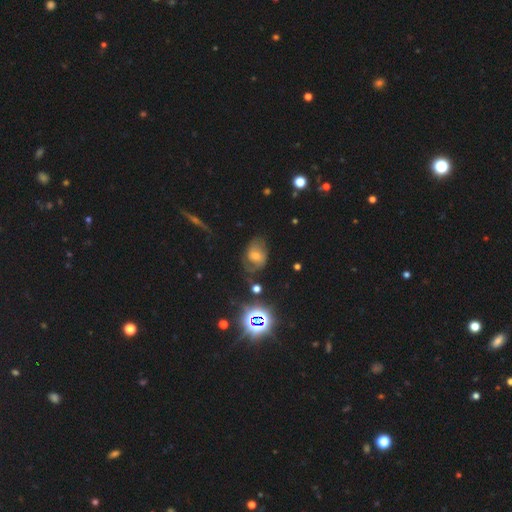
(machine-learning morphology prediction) featured or disk 46%, smooth 36%, star or artifact 18%. Down the decision tree: merging — none (46%).